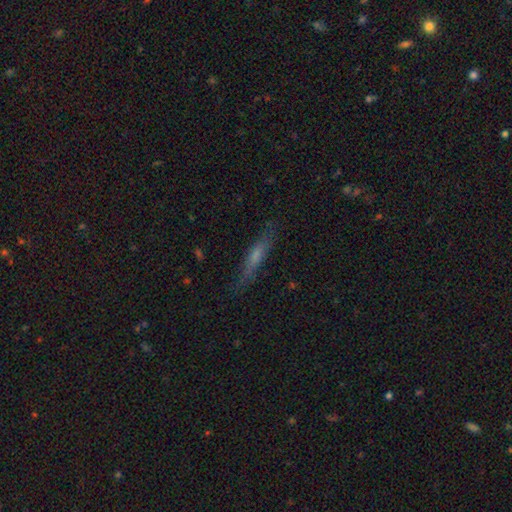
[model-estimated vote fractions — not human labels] The model was most divided on "smooth or featured": featured or disk: 50%, smooth: 40%, star or artifact: 11%. More confident: merging — none (81%).